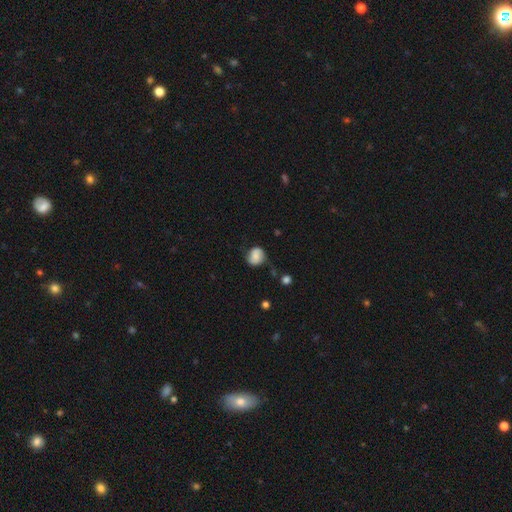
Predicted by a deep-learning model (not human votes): Overall: smooth (53%; featured or disk 37%). How rounded: round (68%; in between 31%). Merging: none (63%; minor disturbance 25%).